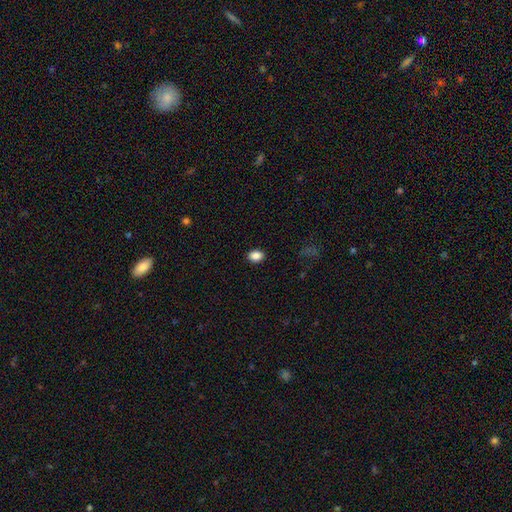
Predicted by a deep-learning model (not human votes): smooth 88%, star or artifact 9%, featured or disk 3%. Down the decision tree: how rounded — in between (65%); merging — none (90%).